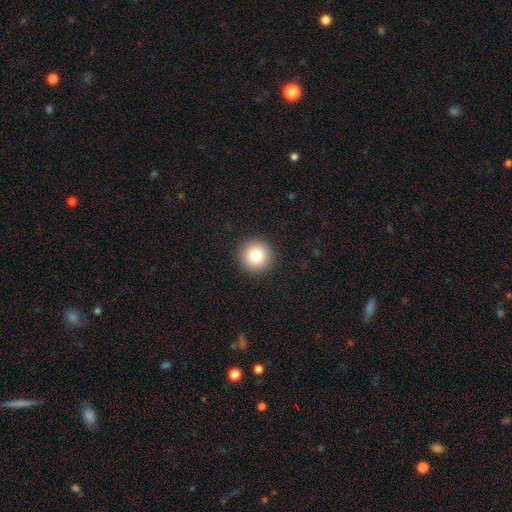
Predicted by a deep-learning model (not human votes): Smooth or featured?
  - smooth: 85% *
  - star or artifact: 9%
  - featured or disk: 6%
How rounded?
  - round: 96% *
  - in between: 3%
  - cigar-shaped: 1%
Merging?
  - none: 92% *
  - minor disturbance: 5%
  - major disturbance: 2%
  - merger: 1%